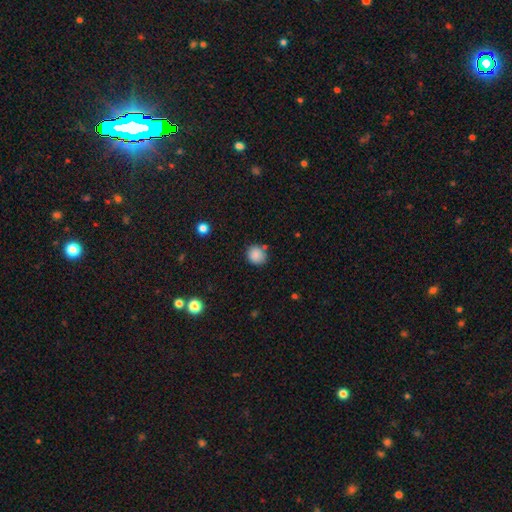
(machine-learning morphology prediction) Overall: smooth (87%). How rounded: round (85%). Merging: none (79%).